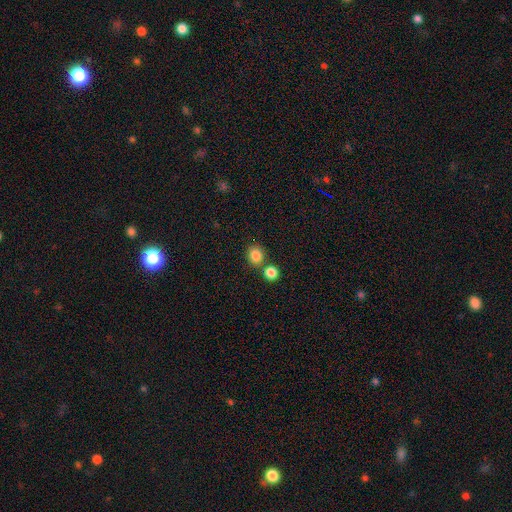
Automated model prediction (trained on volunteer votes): A smooth galaxy with no disk features (85%) that is round (72%).

Vote fractions:
- Smooth or featured? smooth: 85% / star or artifact: 10% / featured or disk: 5%
- How rounded? round: 72% / in between: 27% / cigar-shaped: 1%
- Merging? none: 67% / merger: 21% / minor disturbance: 9% / major disturbance: 3%